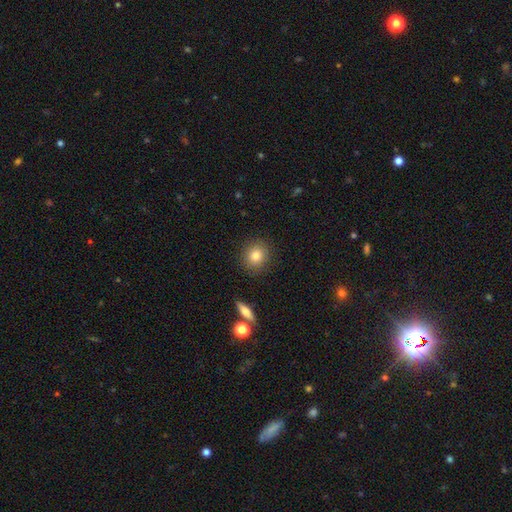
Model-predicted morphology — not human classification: The model was most divided on "how rounded": round: 79%, in between: 20%, cigar-shaped: 1%. More confident: merging — none (88%); smooth or featured — smooth (81%).